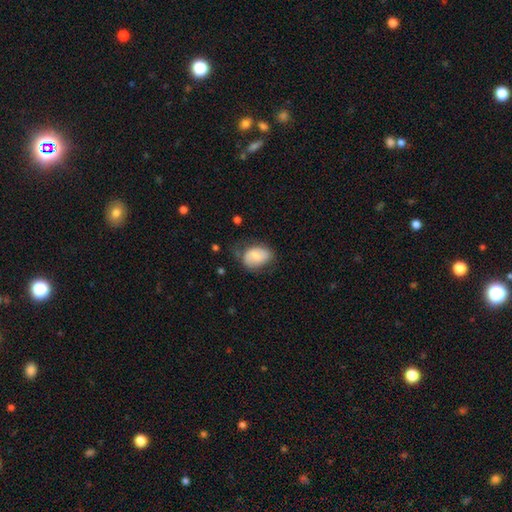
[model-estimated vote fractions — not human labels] Smooth or featured? smooth (66%)
How rounded? in between (73%)
Merging? none (50%)